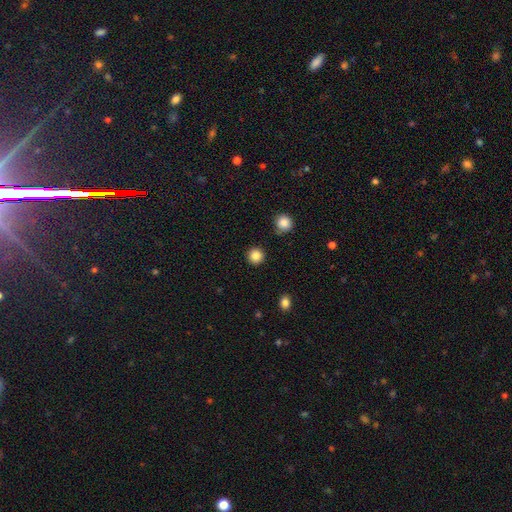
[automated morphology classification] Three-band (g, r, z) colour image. It shows a smooth galaxy with no disk features (86%) that is round (94%). Merging: none (91%).